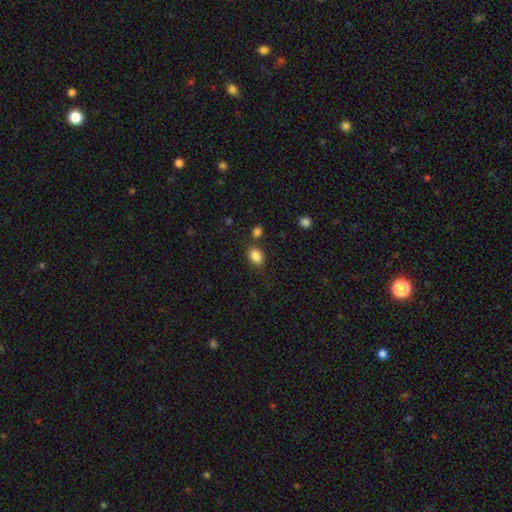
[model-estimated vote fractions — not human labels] This appears to be a smooth galaxy with no disk features (85%) that is in between round and cigar-shaped (65%). Merging: none (74%).